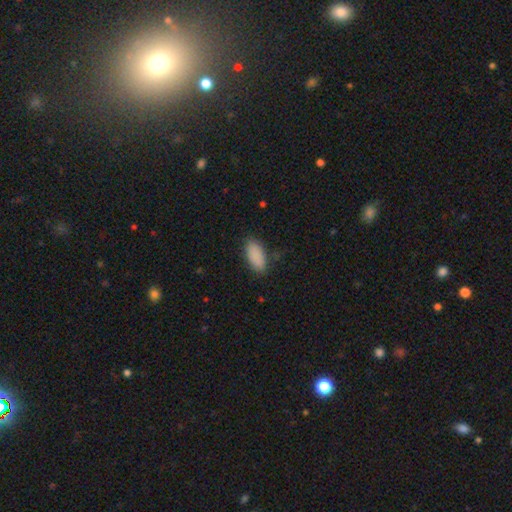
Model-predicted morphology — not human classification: smooth_or_featured: smooth (p=0.89) [alt: star or artifact p=0.07]
how_rounded: in between (p=0.88) [alt: cigar-shaped p=0.09]
merging: none (p=0.82) [alt: minor disturbance p=0.14]